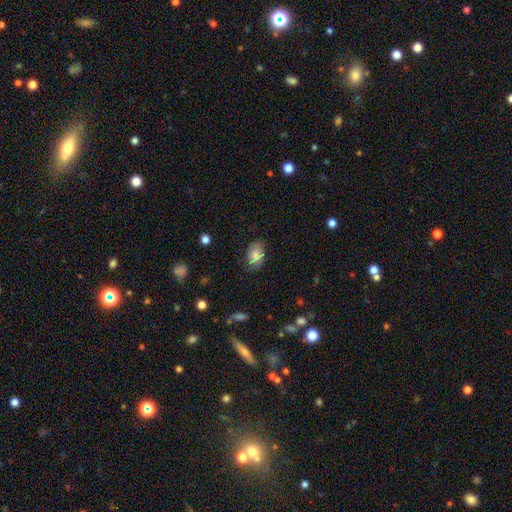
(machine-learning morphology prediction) smooth_or_featured: smooth (p=0.75) [alt: featured or disk p=0.17]
how_rounded: in between (p=0.85) [alt: round p=0.13]
merging: none (p=0.67) [alt: minor disturbance p=0.25]